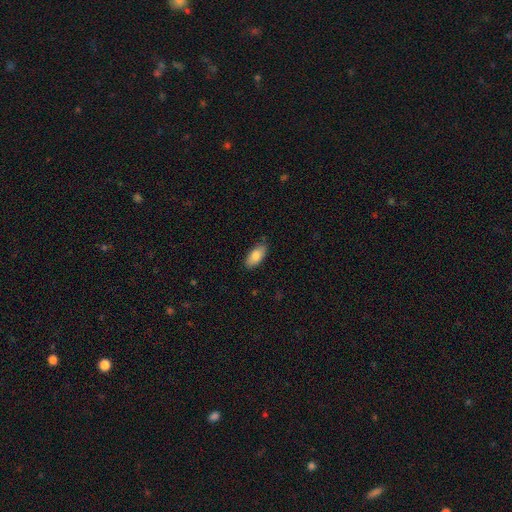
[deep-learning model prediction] smooth_or_featured: smooth (p=0.84) [alt: featured or disk p=0.10]
how_rounded: in between (p=0.89) [alt: cigar-shaped p=0.09]
merging: none (p=0.83) [alt: minor disturbance p=0.13]